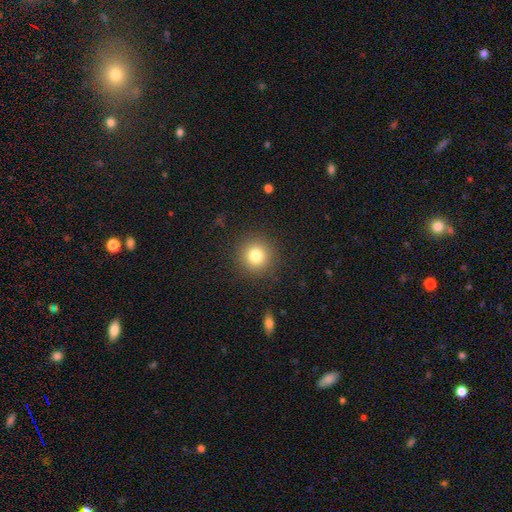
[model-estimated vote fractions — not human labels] This appears to be a smooth galaxy with no disk features (80%) that is round (94%). Merging: none (90%).